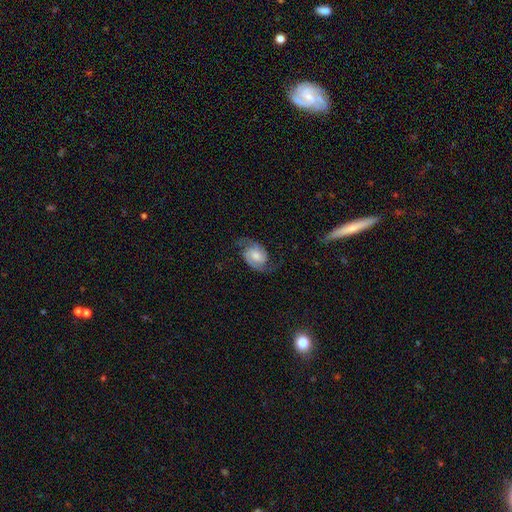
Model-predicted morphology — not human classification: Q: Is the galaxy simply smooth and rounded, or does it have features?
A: featured or disk — 83%.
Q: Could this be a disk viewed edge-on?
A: no — 97%.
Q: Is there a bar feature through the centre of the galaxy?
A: no — 50%.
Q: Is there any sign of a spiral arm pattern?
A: yes — 97%.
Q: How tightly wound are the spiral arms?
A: medium — 50%.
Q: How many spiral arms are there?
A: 2 — 92%.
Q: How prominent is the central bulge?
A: moderate — 52%.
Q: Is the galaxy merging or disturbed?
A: none — 73%.